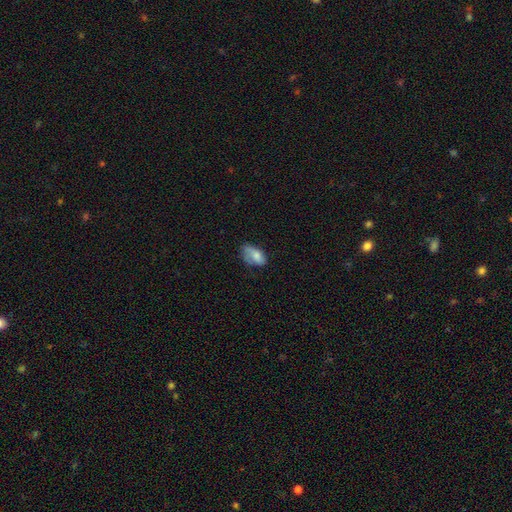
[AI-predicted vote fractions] Smooth or featured? smooth (75%)
How rounded? in between (92%)
Merging? none (42%)